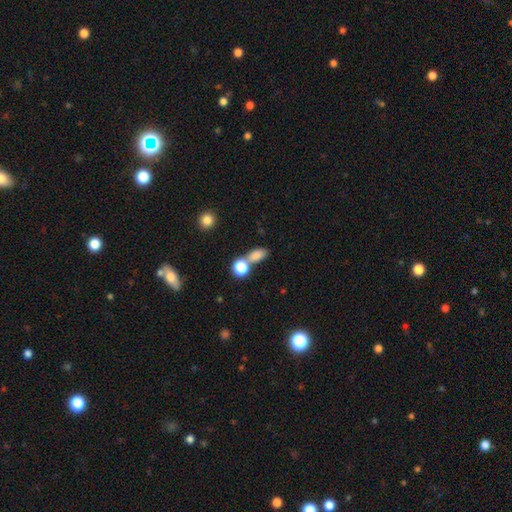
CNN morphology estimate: This is clearly a smooth galaxy (80%). How rounded: likely in between (76%). Merging: marginally none (45%).